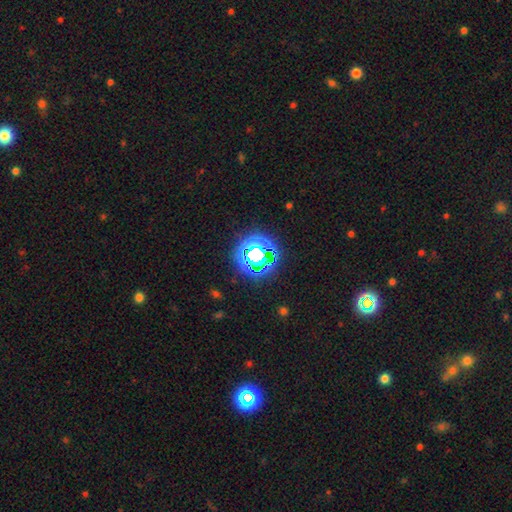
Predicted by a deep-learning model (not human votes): Smooth or featured? star or artifact (66%)